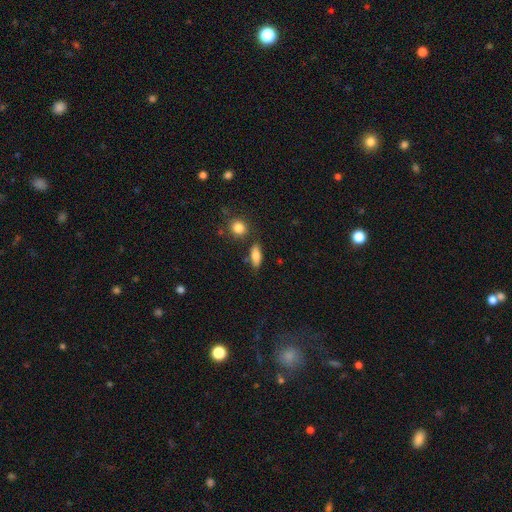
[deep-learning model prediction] Smooth or featured? smooth (80%)
How rounded? in between (75%)
Merging? none (75%)